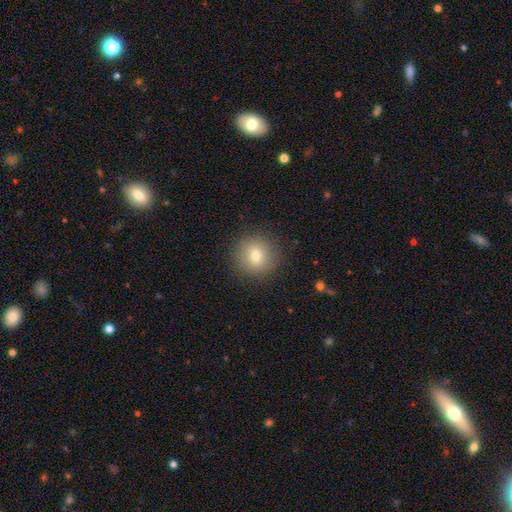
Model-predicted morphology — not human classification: type=smooth (76%); roundness=round (93%); merging=none (90%).